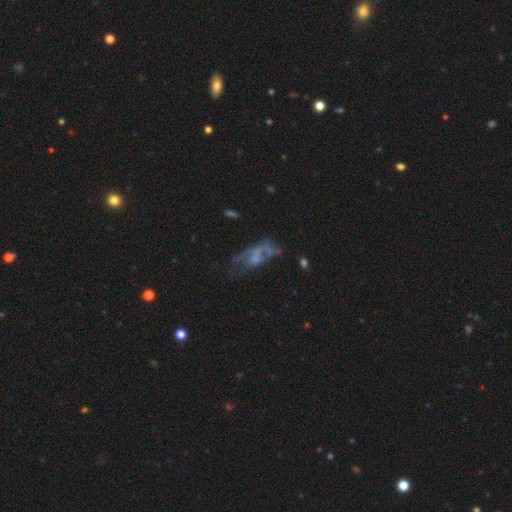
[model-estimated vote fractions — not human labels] smooth-or-featured: featured or disk: 55% | smooth: 30% | star or artifact: 15%
  disk-edge-on: no: 91% | yes: 9%
  merging: major disturbance: 40% | none: 29% | minor disturbance: 19% | merger: 12%